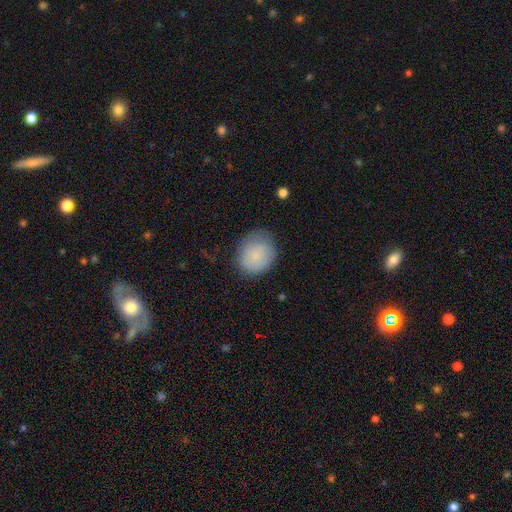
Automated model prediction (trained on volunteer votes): The model was most divided on "how rounded": round: 62%, in between: 37%, cigar-shaped: 1%. More confident: smooth or featured — smooth (85%); merging — none (75%).